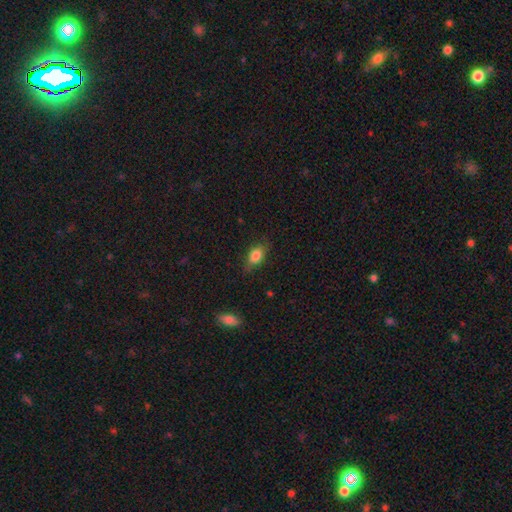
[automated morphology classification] Smooth or featured: smooth — 82% (featured or disk — 10%)
How rounded: in between — 83% (round — 12%)
Merging: none — 74% (minor disturbance — 20%)